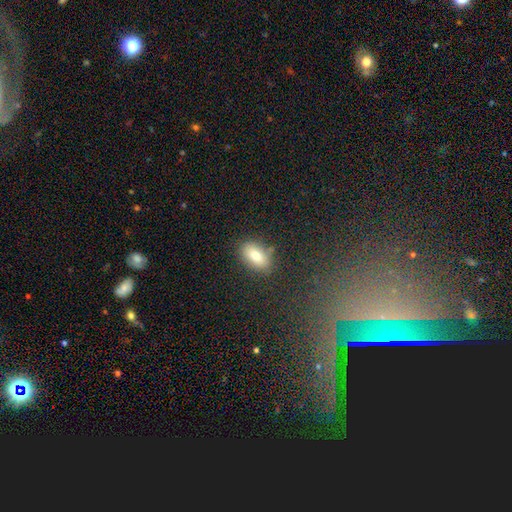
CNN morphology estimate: Smooth or featured?
  - smooth: 81% *
  - featured or disk: 11%
  - star or artifact: 9%
How rounded?
  - in between: 90% *
  - round: 6%
  - cigar-shaped: 4%
Merging?
  - none: 80% *
  - minor disturbance: 13%
  - merger: 4%
  - major disturbance: 3%